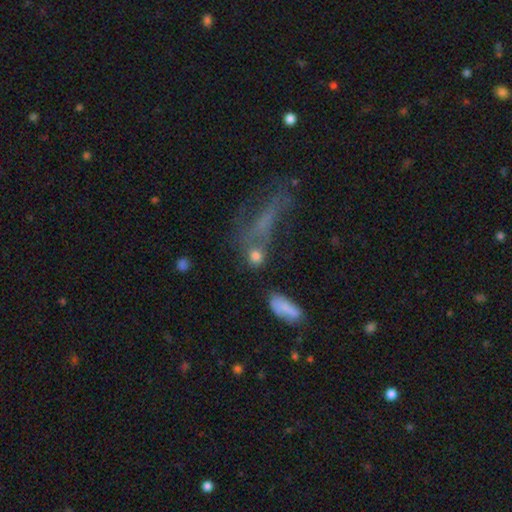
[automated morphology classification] A smooth galaxy with no disk features (71%) that is round (52%).

Vote fractions:
- Smooth or featured? smooth: 71% / featured or disk: 14% / star or artifact: 14%
- How rounded? round: 52% / in between: 36% / cigar-shaped: 12%
- Merging? none: 46% / merger: 23% / major disturbance: 17% / minor disturbance: 15%